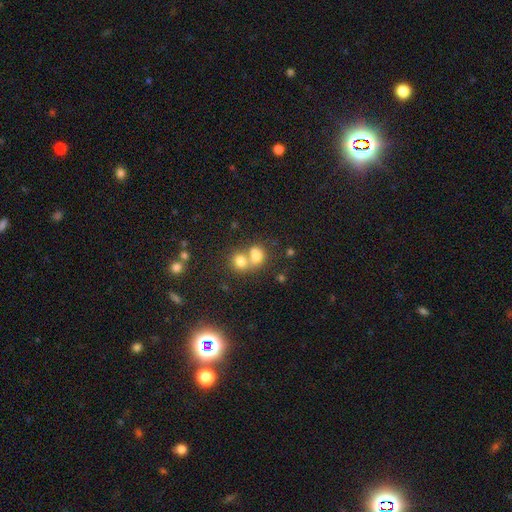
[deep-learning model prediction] Q: Smooth or featured?
A: smooth (71%); runner-up: featured or disk (16%)
Q: How rounded?
A: round (54%); runner-up: in between (45%)
Q: Merging?
A: merger (64%); runner-up: none (25%)